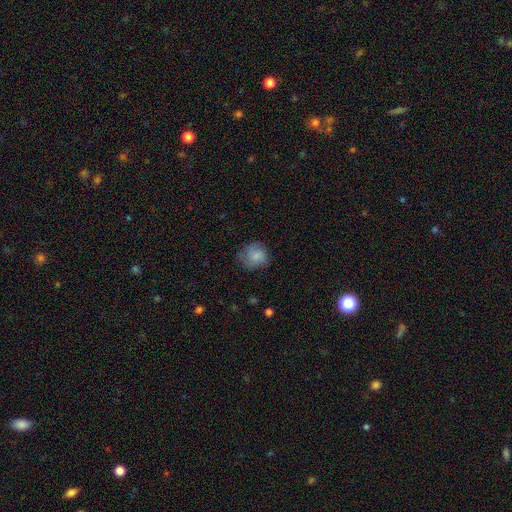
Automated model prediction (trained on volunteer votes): This is likely a smooth galaxy (75%). How rounded: clearly round (81%). Merging: likely none (70%).